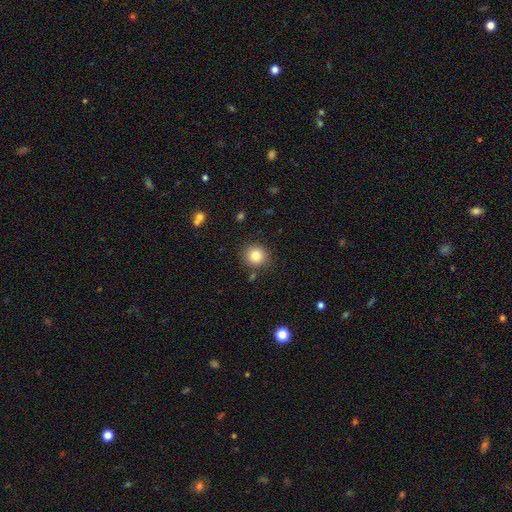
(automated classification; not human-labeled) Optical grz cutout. It shows a smooth galaxy with no disk features (82%) that is round (88%). Merging: none (86%).